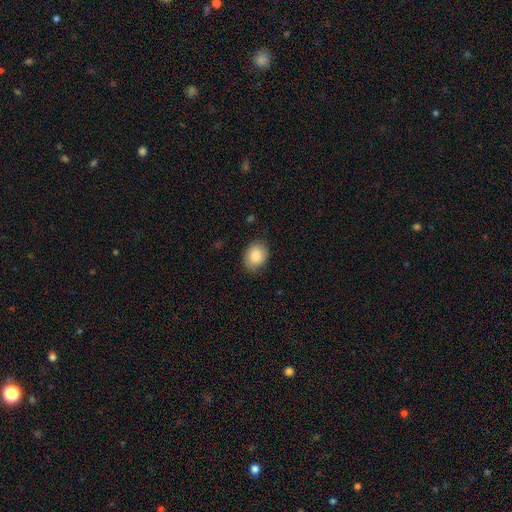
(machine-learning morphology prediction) smooth 86%, featured or disk 7%, star or artifact 7%. Down the decision tree: how rounded — in between (61%); merging — none (81%).